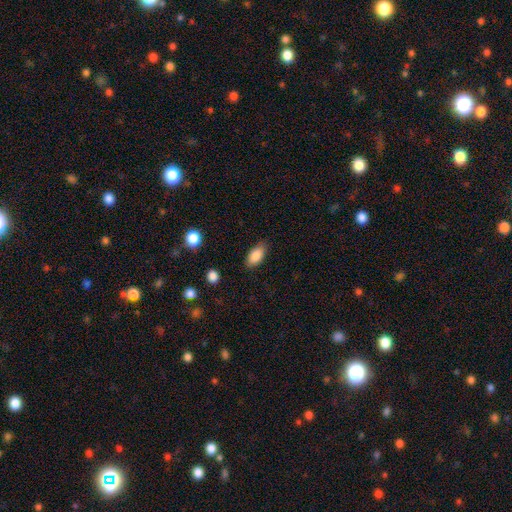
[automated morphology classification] Smooth or featured?
  - smooth: 86% *
  - star or artifact: 7%
  - featured or disk: 6%
How rounded?
  - in between: 90% *
  - cigar-shaped: 6%
  - round: 4%
Merging?
  - none: 84% *
  - minor disturbance: 12%
  - major disturbance: 3%
  - merger: 1%